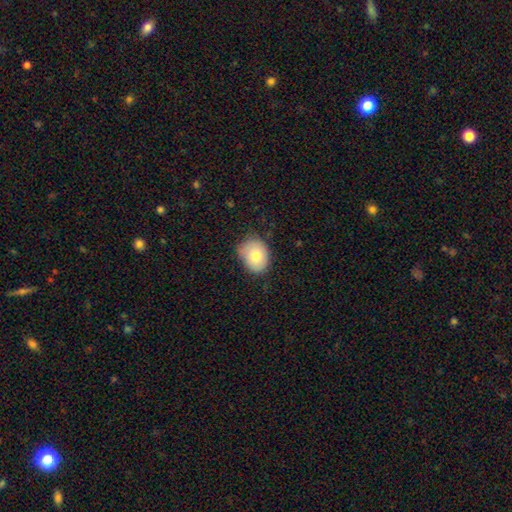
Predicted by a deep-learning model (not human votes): Smooth or featured: smooth — 78% (featured or disk — 14%)
How rounded: in between — 60% (round — 40%)
Merging: none — 68% (minor disturbance — 26%)